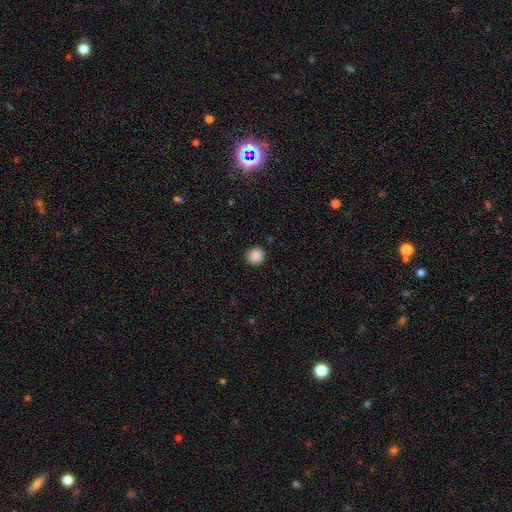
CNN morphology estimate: Overall: smooth (88%). How rounded: round (88%). Merging: none (90%).